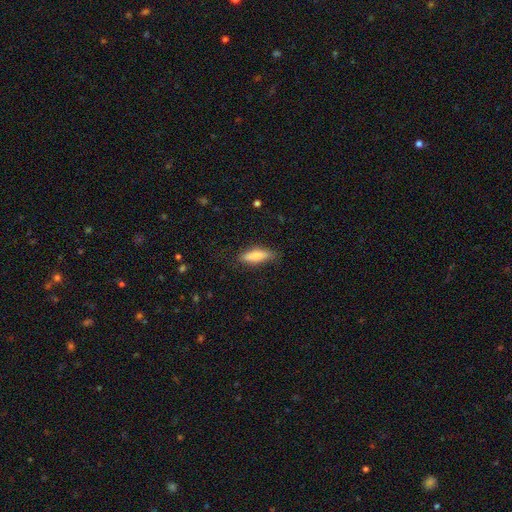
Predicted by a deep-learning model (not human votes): smooth-or-featured: smooth: 75% | featured or disk: 19% | star or artifact: 6%
  how-rounded: cigar-shaped: 51% | in between: 47% | round: 2%
  merging: none: 80% | minor disturbance: 15% | major disturbance: 4% | merger: 1%